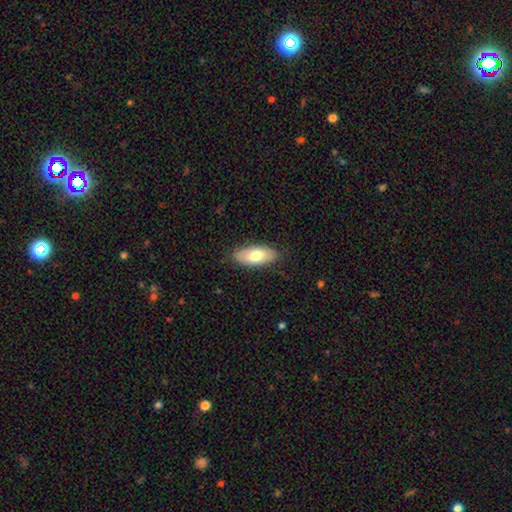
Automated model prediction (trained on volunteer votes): This appears to be a smooth galaxy with no disk features (74%) that is in between round and cigar-shaped (85%). Merging: none (85%).